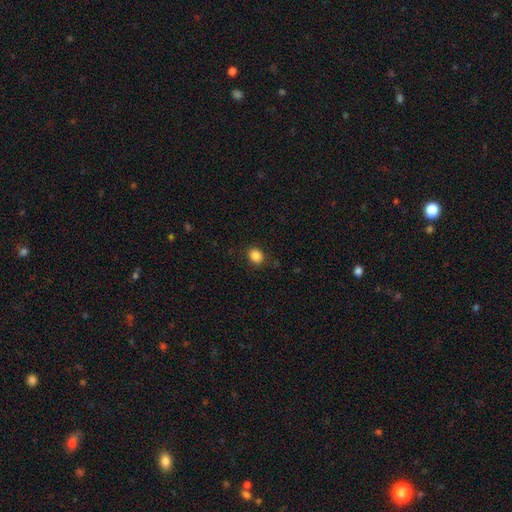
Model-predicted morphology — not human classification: Smooth or featured? Predicted: smooth (p=0.86). How rounded? Predicted: round (p=0.65). Merging? Predicted: none (p=0.88).